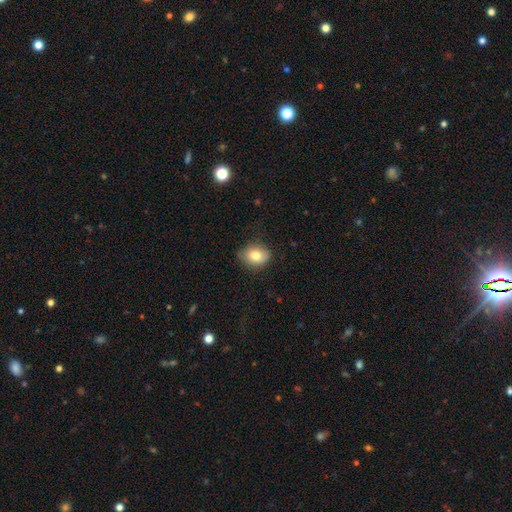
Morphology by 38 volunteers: Smooth or featured? smooth (92%)
How rounded? in between (71%)
Merging? none (81%)